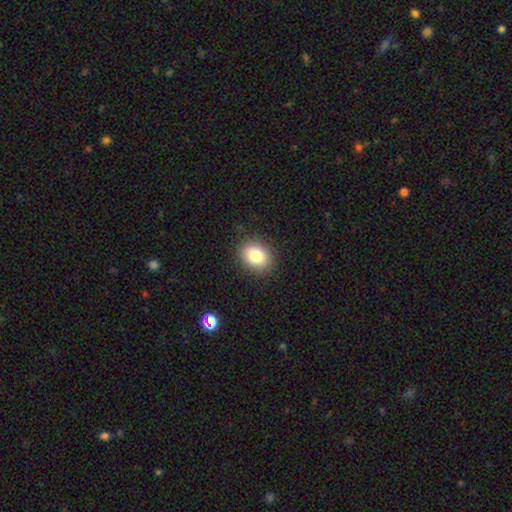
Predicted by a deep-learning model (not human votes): Morphology: type=smooth (82%); roundness=round (52%); merging=none (88%).